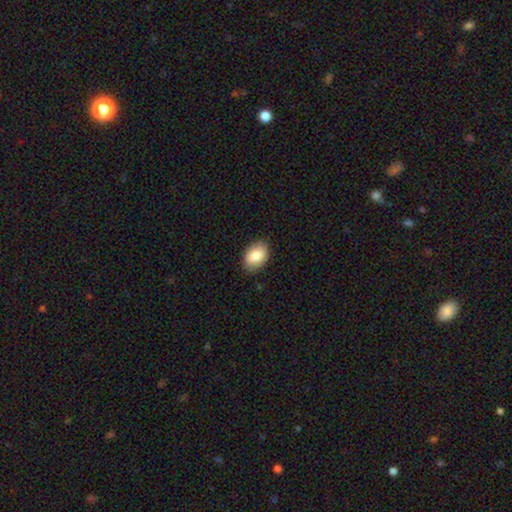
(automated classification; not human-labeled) Smooth or featured? Predicted: smooth (p=0.83). How rounded? Predicted: in between (p=0.87). Merging? Predicted: none (p=0.86).